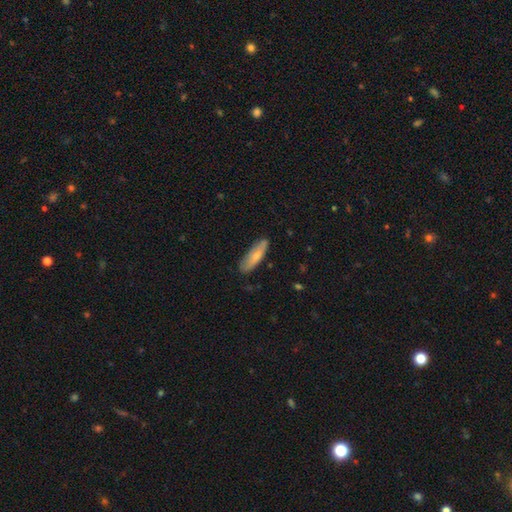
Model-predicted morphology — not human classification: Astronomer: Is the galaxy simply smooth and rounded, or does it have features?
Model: smooth — 71%.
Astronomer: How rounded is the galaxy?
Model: cigar-shaped — 51% (runner-up: in between, 47%).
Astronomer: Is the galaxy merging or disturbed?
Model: none — 80%.